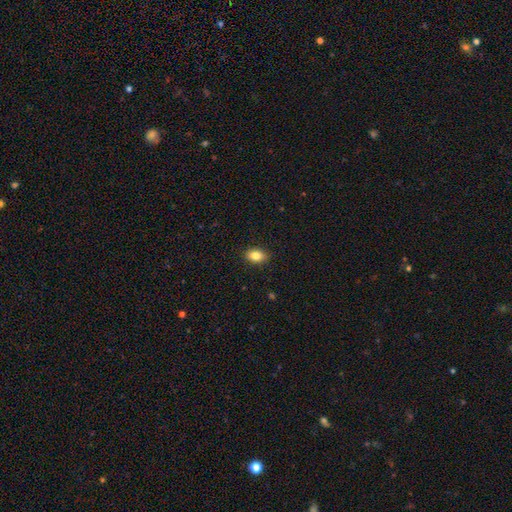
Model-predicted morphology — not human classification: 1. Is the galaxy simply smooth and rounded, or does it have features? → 84% smooth, 9% star or artifact, 8% featured or disk.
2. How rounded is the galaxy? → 84% in between, 14% round, 2% cigar-shaped.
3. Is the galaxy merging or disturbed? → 89% none, 8% minor disturbance, 2% major disturbance, 1% merger.